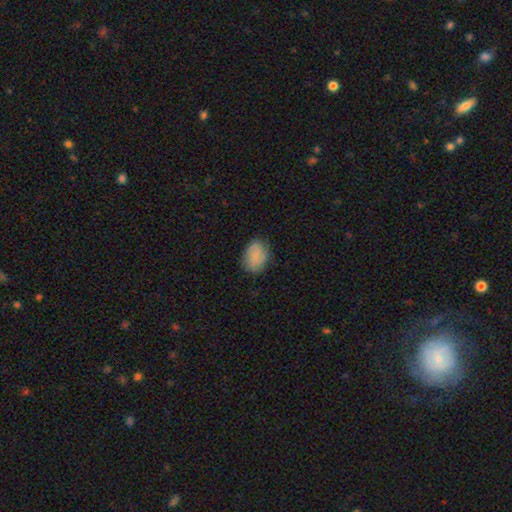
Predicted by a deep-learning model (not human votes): Morphology: type=smooth (82%); roundness=in between (78%); merging=none (77%).